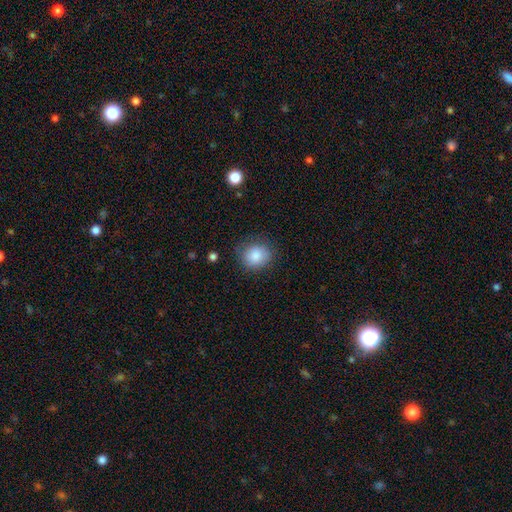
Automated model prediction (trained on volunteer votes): smooth-or-featured: smooth: 85% | star or artifact: 8% | featured or disk: 7%
  how-rounded: round: 76% | in between: 24% | cigar-shaped: 1%
  merging: none: 80% | minor disturbance: 15% | major disturbance: 4% | merger: 1%